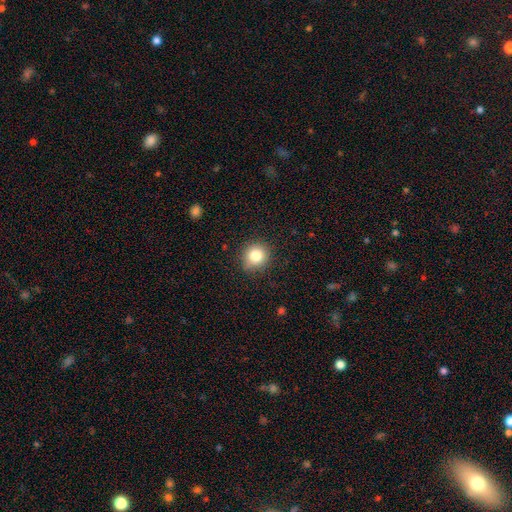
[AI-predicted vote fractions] smooth-or-featured: smooth: 82% | star or artifact: 11% | featured or disk: 7%
  how-rounded: round: 89% | in between: 10% | cigar-shaped: 1%
  merging: none: 87% | minor disturbance: 9% | major disturbance: 2% | merger: 1%